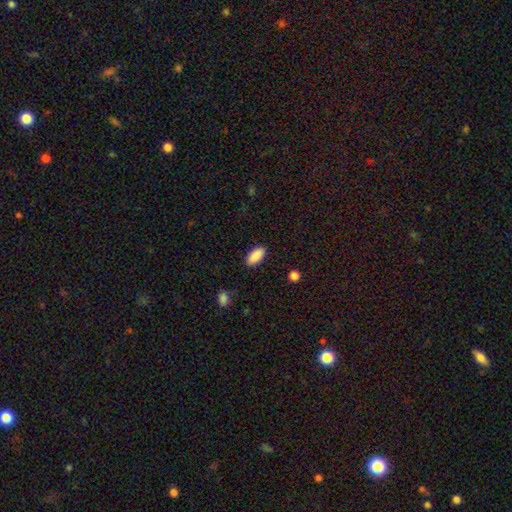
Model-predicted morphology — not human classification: smooth_or_featured: smooth (p=0.90) [alt: star or artifact p=0.07]
how_rounded: in between (p=0.92) [alt: cigar-shaped p=0.06]
merging: none (p=0.88) [alt: minor disturbance p=0.09]